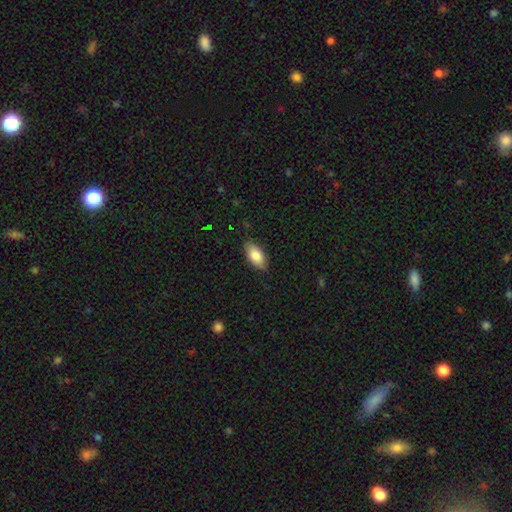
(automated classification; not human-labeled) Smooth or featured?
  - smooth: 83% *
  - featured or disk: 11%
  - star or artifact: 6%
How rounded?
  - in between: 91% *
  - cigar-shaped: 6%
  - round: 2%
Merging?
  - none: 84% *
  - minor disturbance: 12%
  - major disturbance: 2%
  - merger: 1%